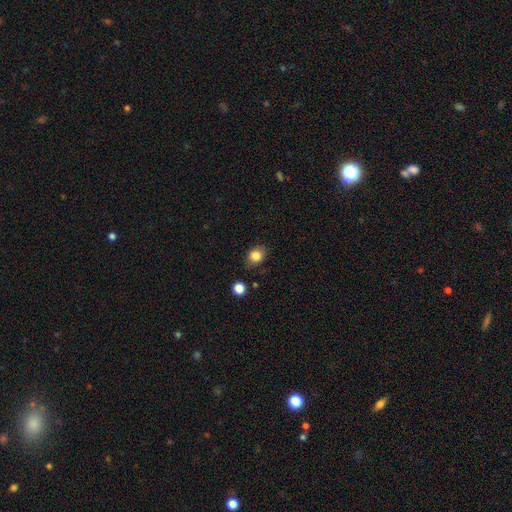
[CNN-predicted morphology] Overall: smooth (83%). How rounded: in between (52%; round 46%). Merging: none (79%).